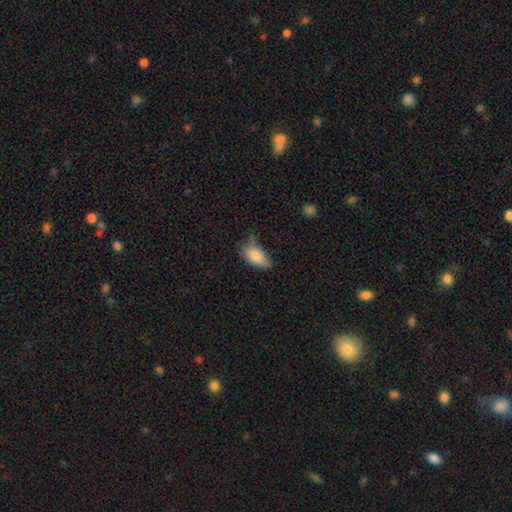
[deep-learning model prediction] smooth 83%, featured or disk 10%, star or artifact 7%. Down the decision tree: how rounded — in between (92%); merging — none (44%).